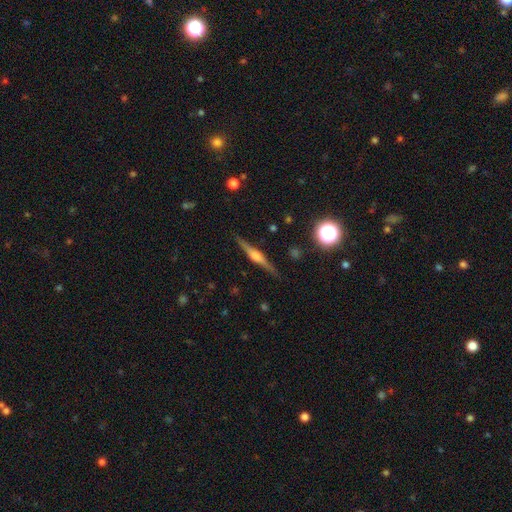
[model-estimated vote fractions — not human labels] Smooth or featured?
  - featured or disk: 79% *
  - smooth: 14%
  - star or artifact: 7%
Edge-on disk?
  - yes: 98% *
  - no: 2%
Edge-on bulge?
  - rounded: 82% *
  - boxy: 14%
  - none: 4%
Merging?
  - none: 89% *
  - minor disturbance: 7%
  - major disturbance: 2%
  - merger: 1%